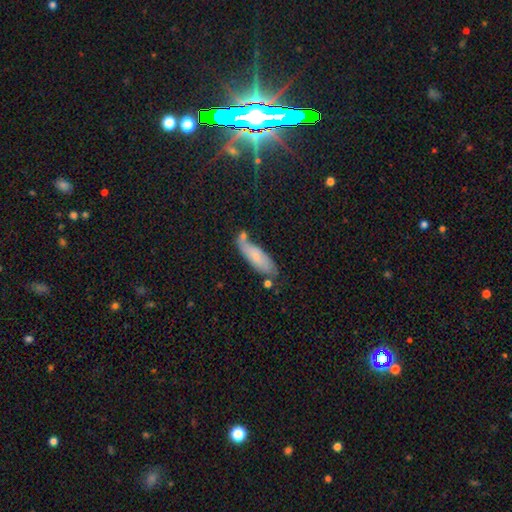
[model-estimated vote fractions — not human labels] Morphology: type=smooth (66%); roundness=in between (52%); merging=none (58%).